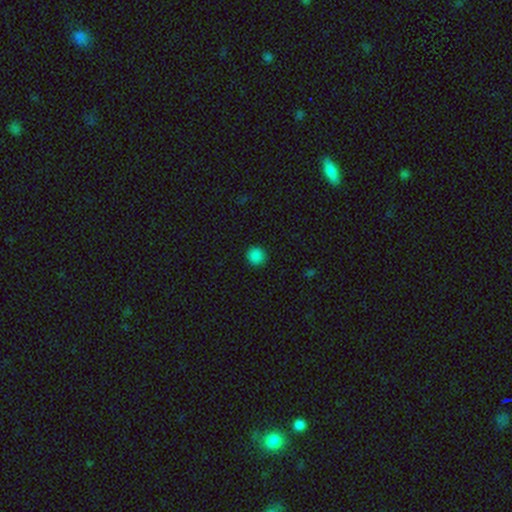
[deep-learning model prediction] This is clearly a smooth galaxy (87%). How rounded: clearly round (94%). Merging: clearly none (93%).